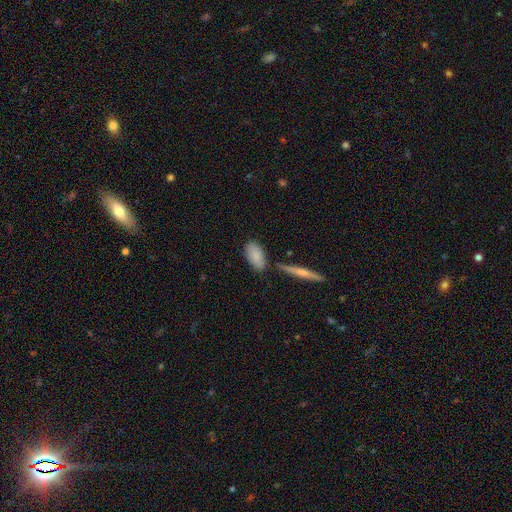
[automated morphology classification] smooth-or-featured: smooth: 84% | featured or disk: 10% | star or artifact: 6%
  how-rounded: in between: 89% | cigar-shaped: 8% | round: 3%
  merging: none: 70% | minor disturbance: 16% | merger: 9% | major disturbance: 4%